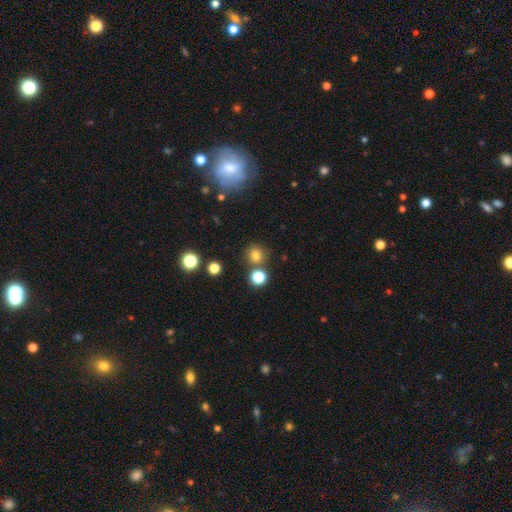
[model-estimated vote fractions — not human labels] smooth_or_featured: smooth (p=0.76) [alt: star or artifact p=0.17]
how_rounded: round (p=0.89) [alt: in between p=0.10]
merging: none (p=0.76) [alt: merger p=0.12]